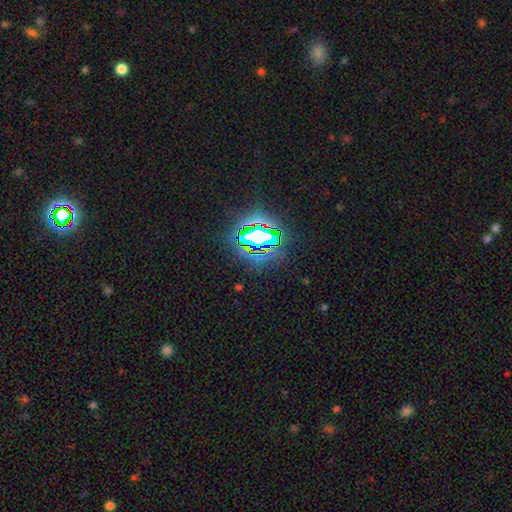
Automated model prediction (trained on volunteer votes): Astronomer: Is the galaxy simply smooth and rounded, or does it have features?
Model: star or artifact — 82%.